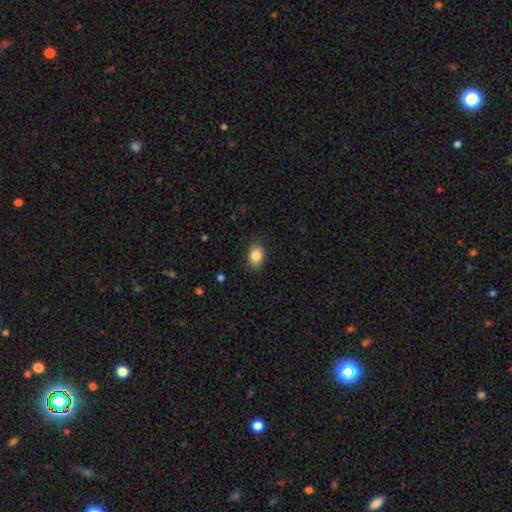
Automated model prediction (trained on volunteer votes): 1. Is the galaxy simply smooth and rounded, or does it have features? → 85% smooth, 9% star or artifact, 6% featured or disk.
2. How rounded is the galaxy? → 73% in between, 26% round, 1% cigar-shaped.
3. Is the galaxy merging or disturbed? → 87% none, 10% minor disturbance, 2% major disturbance, 1% merger.